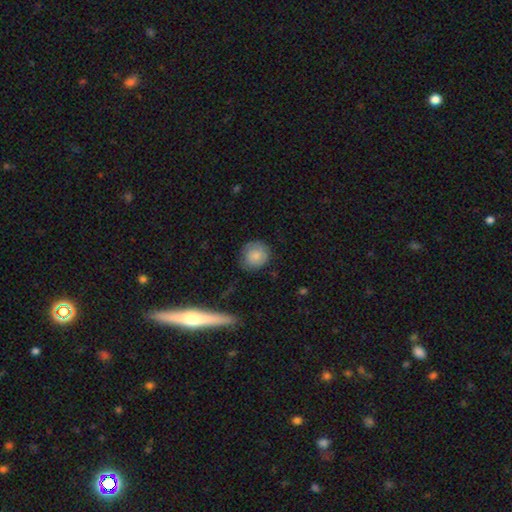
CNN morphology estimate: This is clearly a smooth galaxy (82%). How rounded: clearly round (85%). Merging: likely none (75%).